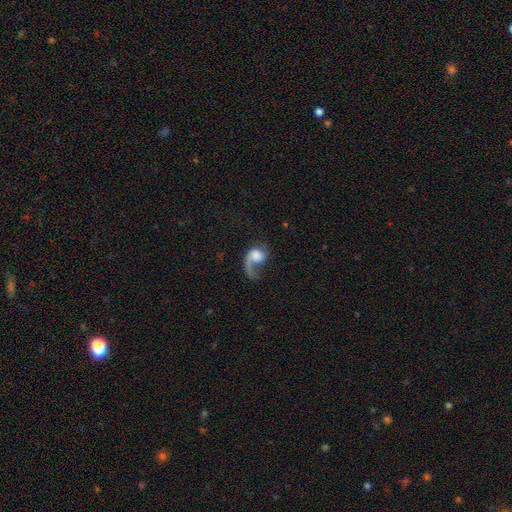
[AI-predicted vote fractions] Overall: featured or disk (64%; smooth 28%). Edge-on disk: no (97%). Bar: no (71%). Spiral arms: yes (91%). Spiral arm count: 1 (83%). Spiral winding: loose (72%). Bulge size: large (37%; moderate 23%). Merging: major disturbance (49%; none 31%).